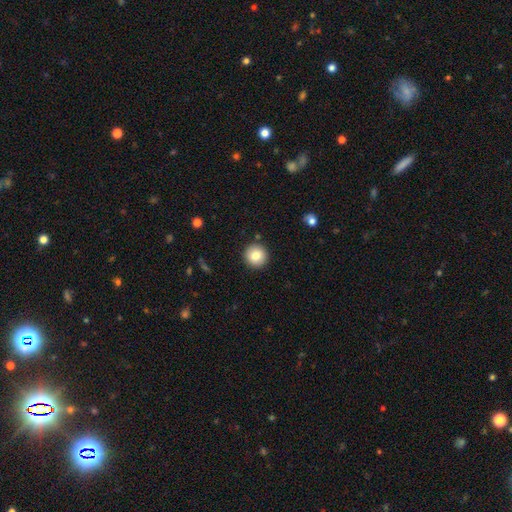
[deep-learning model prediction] A smooth galaxy with no disk features (83%) that is round (95%).

Vote fractions:
- Smooth or featured? smooth: 83% / star or artifact: 9% / featured or disk: 8%
- How rounded? round: 95% / in between: 4% / cigar-shaped: 1%
- Merging? none: 91% / minor disturbance: 6% / major disturbance: 2% / merger: 2%